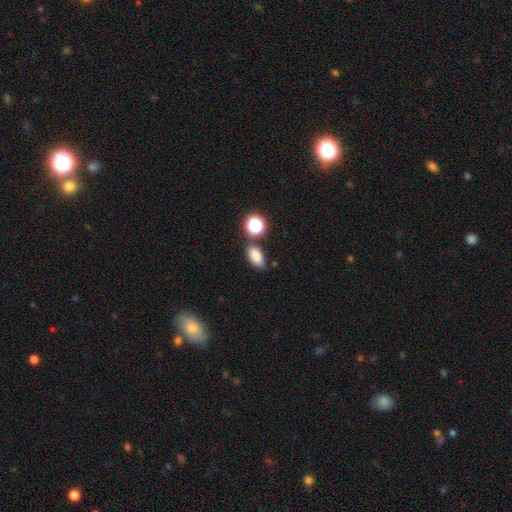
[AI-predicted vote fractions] This is clearly a smooth galaxy (83%). How rounded: clearly in between (86%). Merging: likely none (71%).